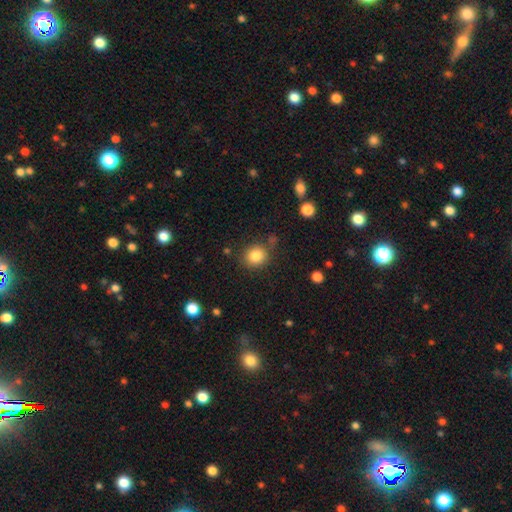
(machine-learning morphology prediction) The model was most divided on "how rounded": round: 84%, in between: 15%, cigar-shaped: 1%. More confident: smooth or featured — smooth (84%); merging — none (81%).